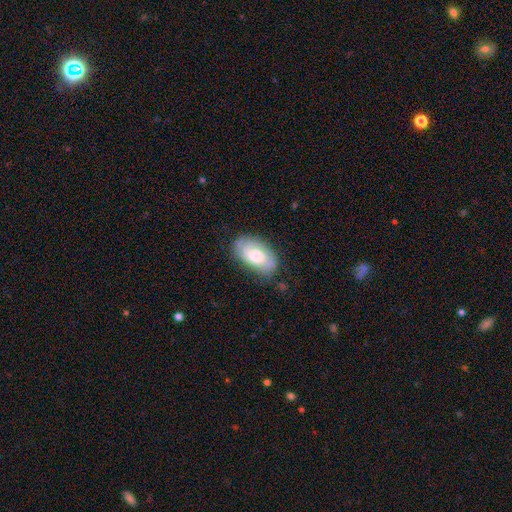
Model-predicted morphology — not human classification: Smooth or featured: featured or disk — 57% (smooth — 36%)
Edge-on disk: no — 95% (yes — 5%)
Bar: no — 70% (weak — 26%)
Spiral arms: yes — 84% (no — 16%)
Bulge size: moderate — 50% (large — 24%)
Merging: none — 73% (minor disturbance — 19%)